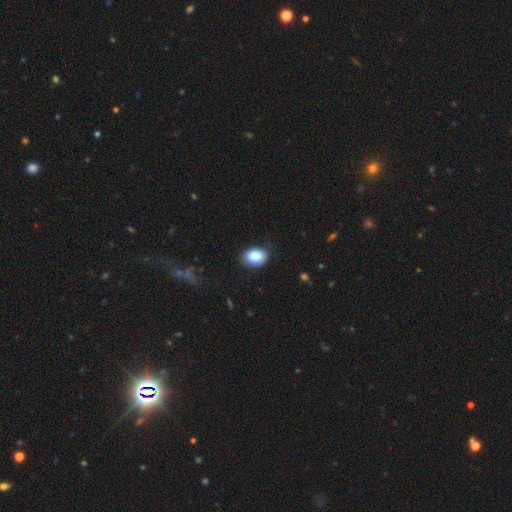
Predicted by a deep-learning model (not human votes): Overall: smooth (81%). How rounded: in between (70%). Merging: none (82%).